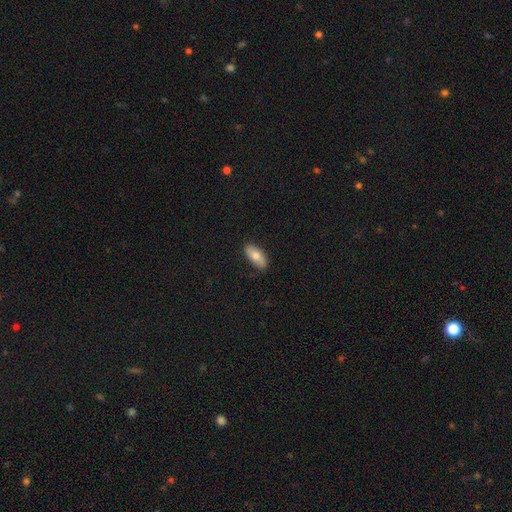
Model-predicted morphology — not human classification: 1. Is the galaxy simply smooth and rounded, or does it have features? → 72% smooth, 22% featured or disk, 6% star or artifact.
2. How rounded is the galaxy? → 86% in between, 11% cigar-shaped, 3% round.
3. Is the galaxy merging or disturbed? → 85% none, 12% minor disturbance, 2% major disturbance, 1% merger.